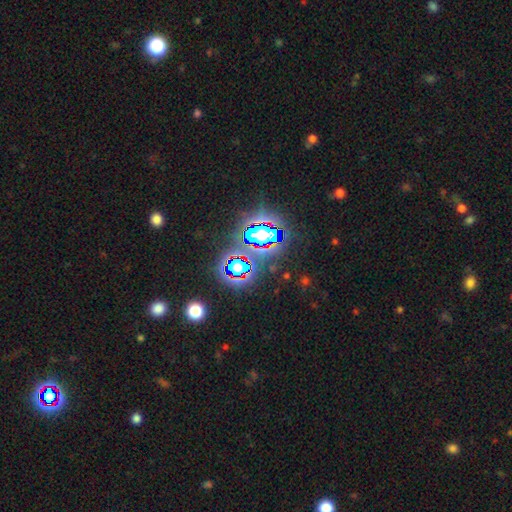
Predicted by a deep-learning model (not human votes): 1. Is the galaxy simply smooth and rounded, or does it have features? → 80% star or artifact, 13% smooth, 7% featured or disk.